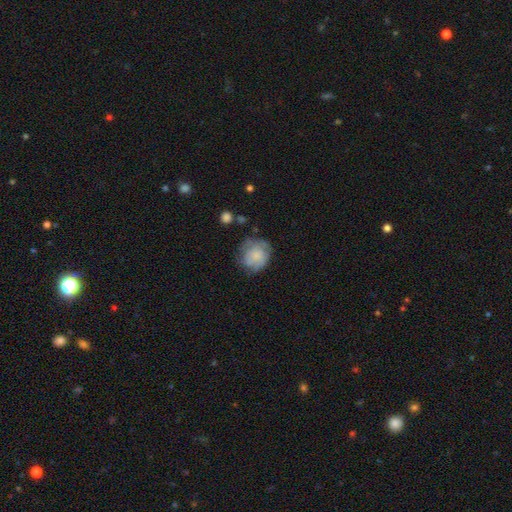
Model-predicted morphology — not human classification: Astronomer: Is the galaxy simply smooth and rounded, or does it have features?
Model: smooth — 64%.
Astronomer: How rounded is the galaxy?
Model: round — 79%.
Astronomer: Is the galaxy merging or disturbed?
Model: none — 55%.